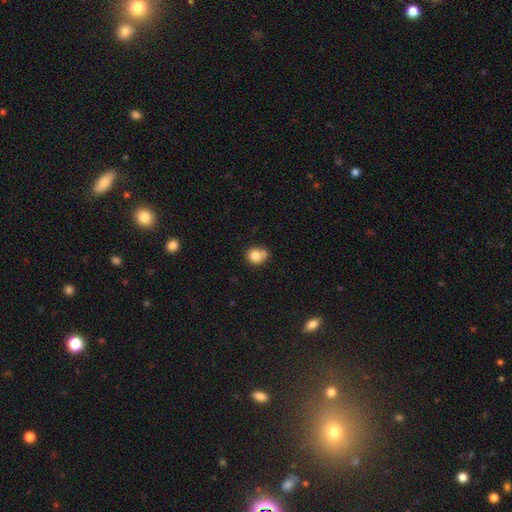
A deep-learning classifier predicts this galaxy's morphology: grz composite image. It shows a smooth galaxy with no disk features (81%) that is round (79%). Merging: none (51%).